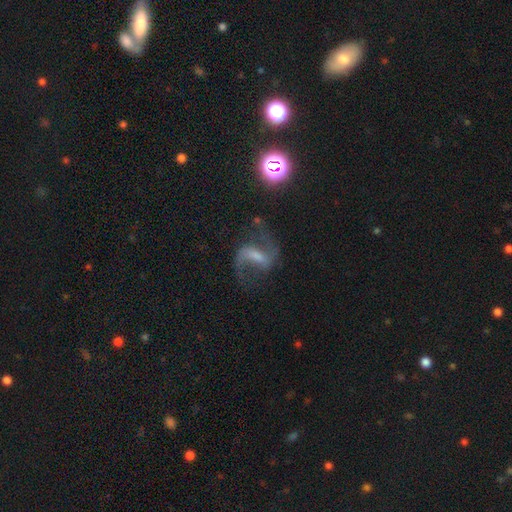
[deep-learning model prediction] This appears to be a featured or disk galaxy (82%) with a strong bar (45%), 2 (91%) loose (58%) spiral arms (96%) and a small central bulge (33%, tied with none). Merging: none (73%).